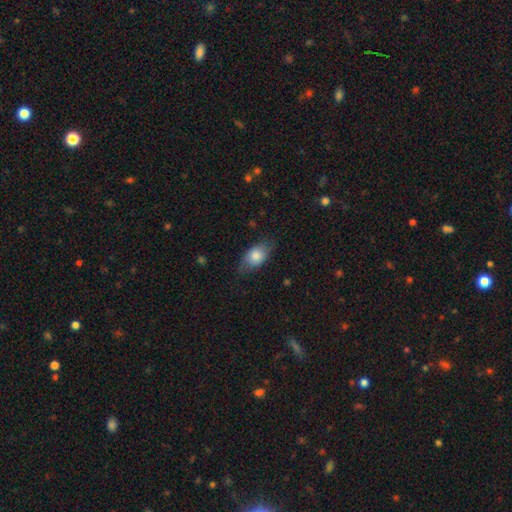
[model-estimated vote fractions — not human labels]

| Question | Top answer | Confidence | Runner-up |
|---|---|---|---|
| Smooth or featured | smooth | 77% | featured or disk (16%) |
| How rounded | in between | 85% | round (11%) |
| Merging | none | 70% | minor disturbance (22%) |